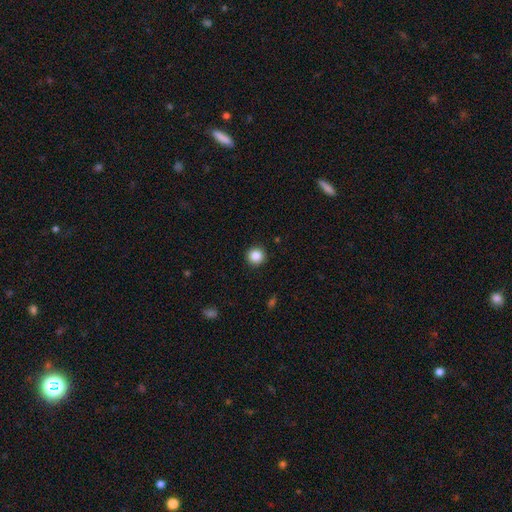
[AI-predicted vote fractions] This appears to be a smooth galaxy with no disk features (86%) that is round (95%). Merging: none (92%).